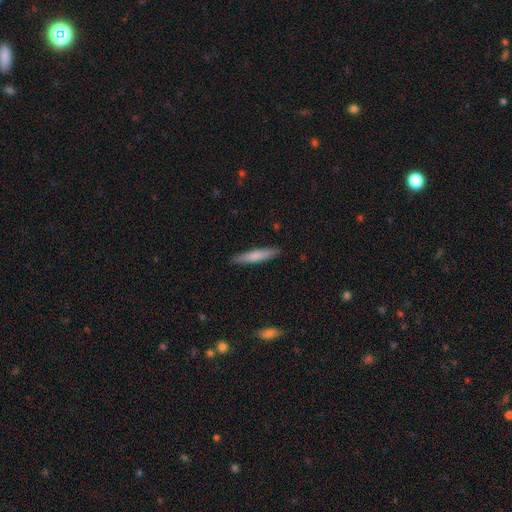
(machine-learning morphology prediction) This appears to be a smooth galaxy with no disk features (71%) that is cigar-shaped (90%). Merging: none (89%).